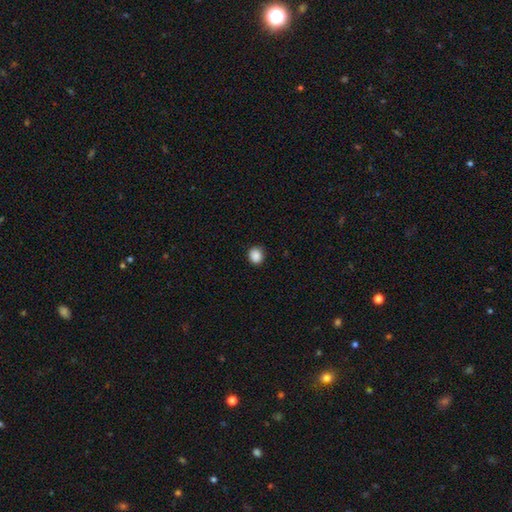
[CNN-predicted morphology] Smooth or featured: smooth — 88% (star or artifact — 9%)
How rounded: round — 81% (in between — 18%)
Merging: none — 90% (minor disturbance — 7%)